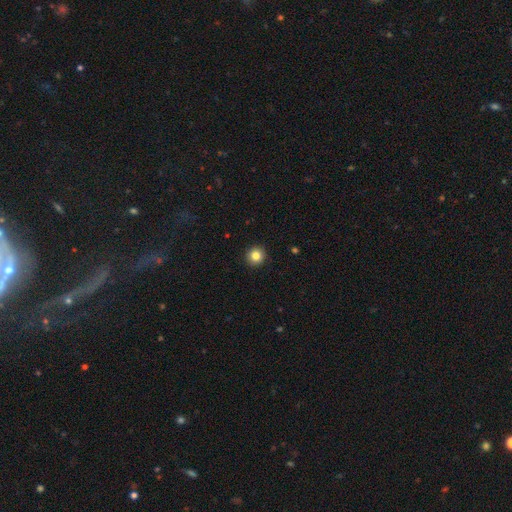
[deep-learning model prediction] A smooth galaxy with no disk features (84%) that is round (95%).

Vote fractions:
- Smooth or featured? smooth: 84% / star or artifact: 10% / featured or disk: 6%
- How rounded? round: 95% / in between: 4% / cigar-shaped: 1%
- Merging? none: 93% / minor disturbance: 4% / major disturbance: 1% / merger: 1%